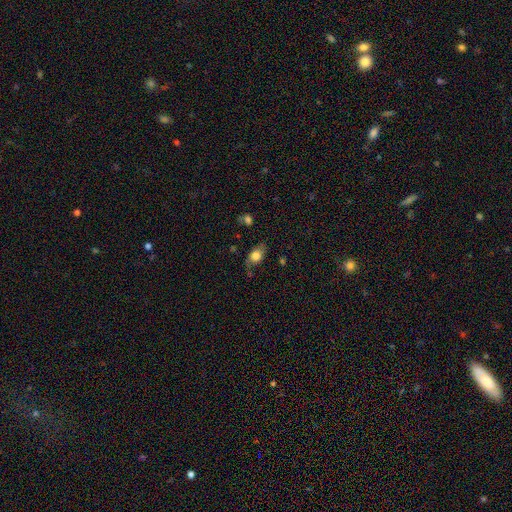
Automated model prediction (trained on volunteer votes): A smooth galaxy with no disk features (74%) that is in between round and cigar-shaped (76%).

Vote fractions:
- Smooth or featured? smooth: 74% / featured or disk: 17% / star or artifact: 9%
- How rounded? in between: 76% / round: 20% / cigar-shaped: 3%
- Merging? none: 64% / minor disturbance: 26% / major disturbance: 8% / merger: 3%